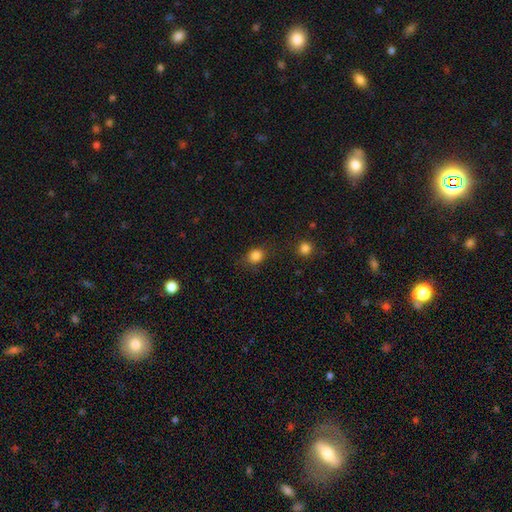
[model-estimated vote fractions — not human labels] Q: Smooth or featured?
A: smooth (83%); runner-up: star or artifact (12%)
Q: How rounded?
A: round (67%); runner-up: in between (32%)
Q: Merging?
A: none (77%); runner-up: minor disturbance (15%)